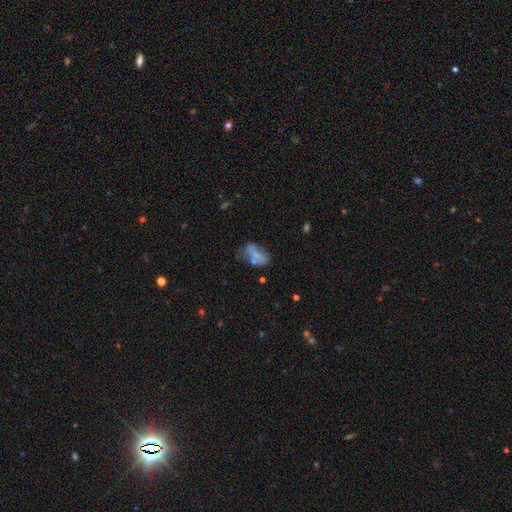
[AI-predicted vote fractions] A smooth galaxy with no disk features (50%).

Vote fractions:
- Smooth or featured? smooth: 50% / featured or disk: 38% / star or artifact: 12%
- Merging? none: 34% / minor disturbance: 23% / merger: 22% / major disturbance: 21%